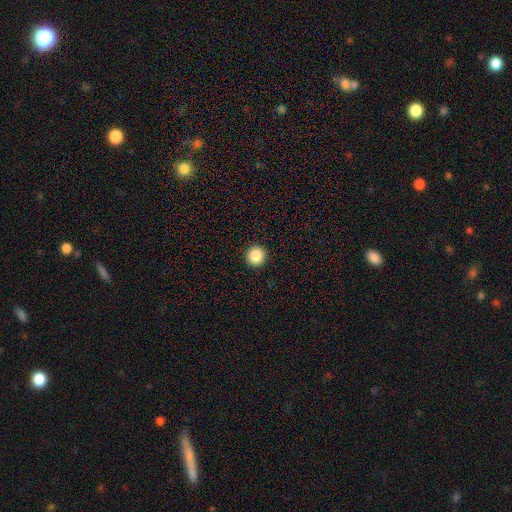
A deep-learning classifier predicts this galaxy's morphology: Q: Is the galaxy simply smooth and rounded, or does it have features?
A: smooth — 88%.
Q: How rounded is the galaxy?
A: round — 96%.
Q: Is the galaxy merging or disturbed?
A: none — 94%.